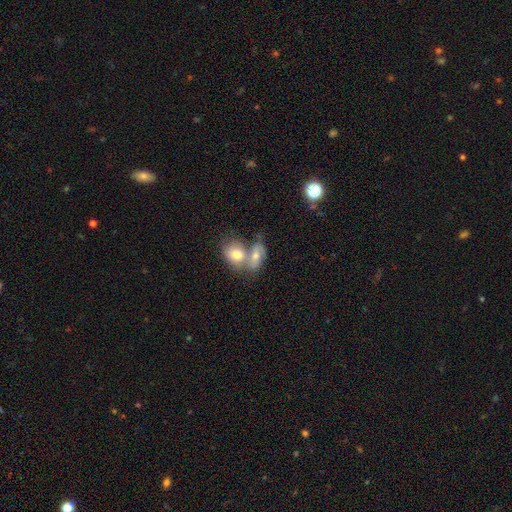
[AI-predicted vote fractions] Smooth or featured?
  - smooth: 69% *
  - featured or disk: 23%
  - star or artifact: 8%
How rounded?
  - in between: 76% *
  - round: 21%
  - cigar-shaped: 3%
Merging?
  - merger: 67% *
  - none: 21%
  - minor disturbance: 8%
  - major disturbance: 4%